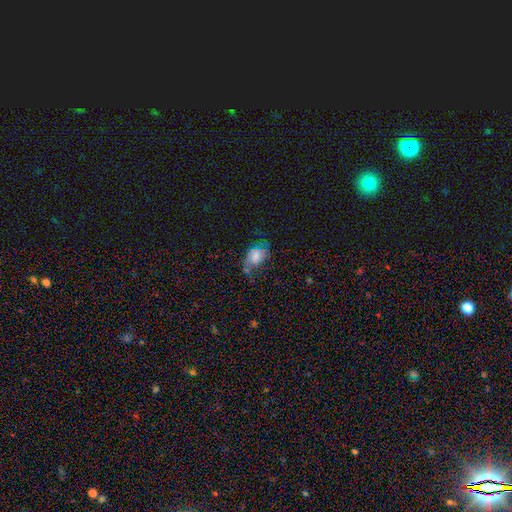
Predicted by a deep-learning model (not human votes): featured or disk 50%, smooth 38%, star or artifact 12%. Down the decision tree: merging — none (48%).